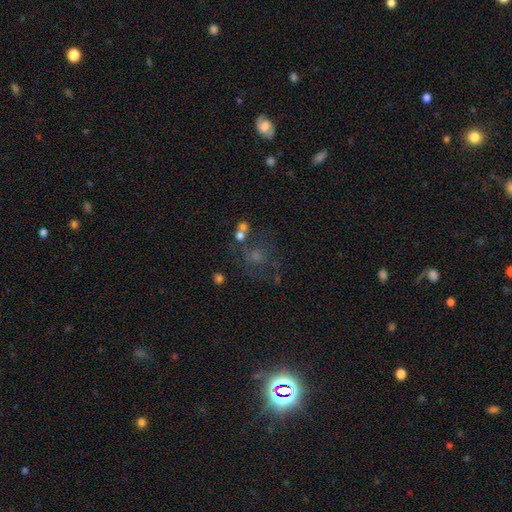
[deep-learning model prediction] Smooth or featured? Predicted: featured or disk (p=0.37, tied with smooth). Merging? Predicted: none (p=0.55).